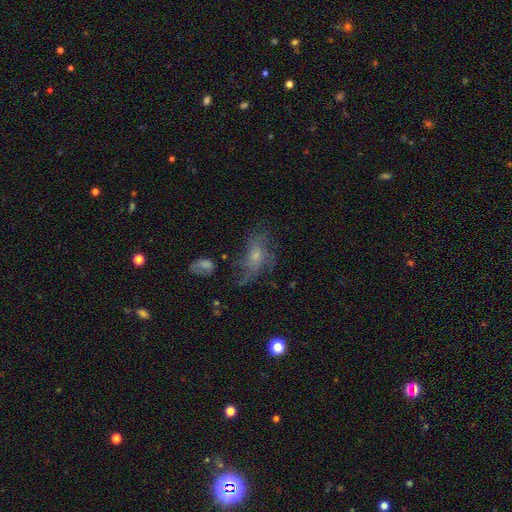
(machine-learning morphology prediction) Q: Smooth or featured?
A: featured or disk (60%); runner-up: smooth (25%)
Q: Edge-on disk?
A: no (93%); runner-up: yes (7%)
Q: Bar?
A: no (76%); runner-up: weak (20%)
Q: Spiral arms?
A: yes (73%); runner-up: no (27%)
Q: Bulge size?
A: small (57%); runner-up: moderate (31%)
Q: Merging?
A: none (50%); runner-up: major disturbance (25%)